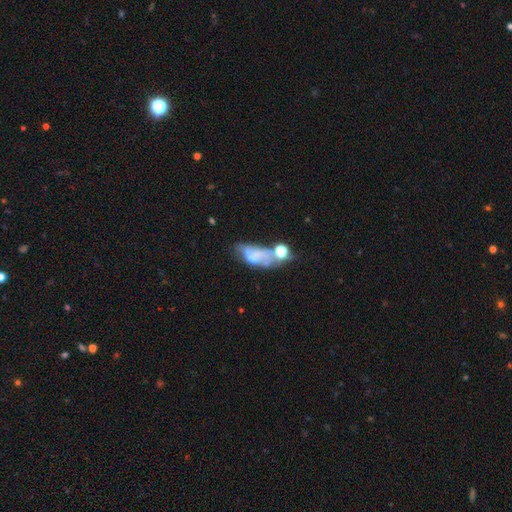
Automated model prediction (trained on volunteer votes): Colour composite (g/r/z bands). It shows a featured or disk galaxy (48%). Merging: merger (38%).